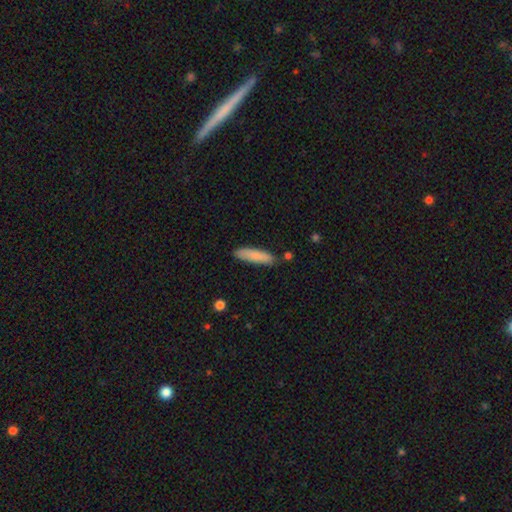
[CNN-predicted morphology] This appears to be a smooth galaxy with no disk features (82%) that is cigar-shaped (75%). Merging: none (82%).